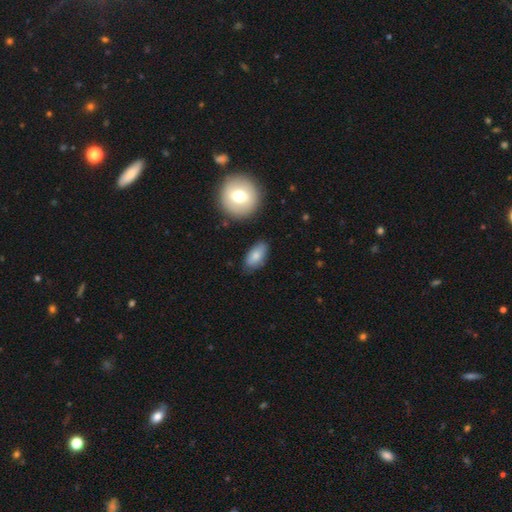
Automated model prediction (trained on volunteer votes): A smooth galaxy with no disk features (79%) that is in between round and cigar-shaped (90%).

Vote fractions:
- Smooth or featured? smooth: 79% / featured or disk: 14% / star or artifact: 7%
- How rounded? in between: 90% / cigar-shaped: 5% / round: 5%
- Merging? none: 78% / minor disturbance: 15% / major disturbance: 3% / merger: 3%